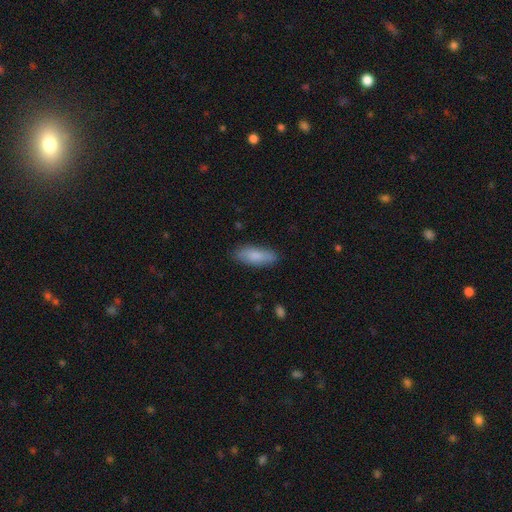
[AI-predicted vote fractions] smooth_or_featured: smooth (p=0.83) [alt: featured or disk p=0.11]
how_rounded: in between (p=0.64) [alt: cigar-shaped p=0.34]
merging: none (p=0.84) [alt: minor disturbance p=0.12]